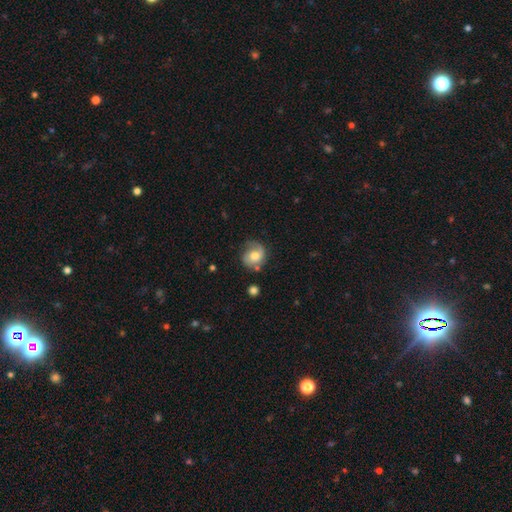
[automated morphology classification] smooth_or_featured: featured or disk (p=0.50) [alt: smooth p=0.42]
disk_edge_on: no (p=0.97) [alt: yes p=0.03]
merging: none (p=0.62) [alt: minor disturbance p=0.24]